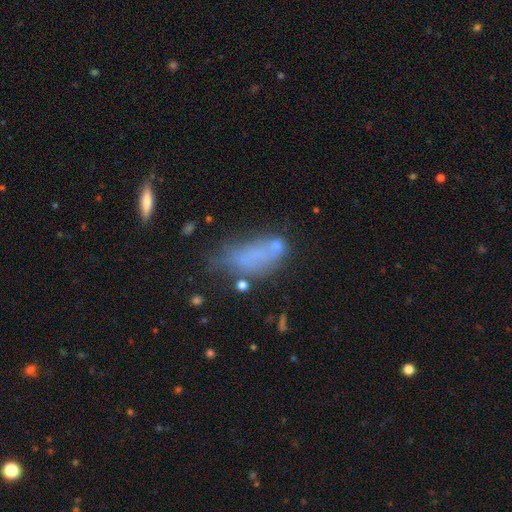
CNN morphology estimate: This appears to be a smooth galaxy with no disk features (59%) that is in between round and cigar-shaped (77%). Merging: none (32%).